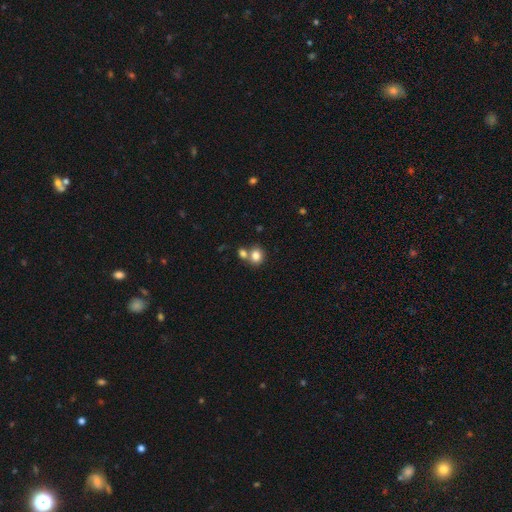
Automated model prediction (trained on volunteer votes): Smooth or featured? smooth (81%)
How rounded? round (72%)
Merging? none (50%)